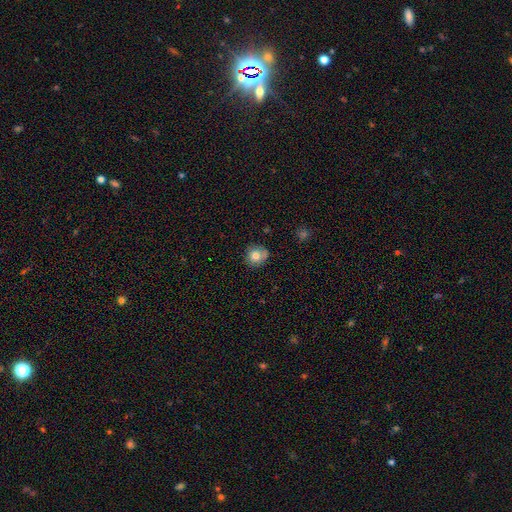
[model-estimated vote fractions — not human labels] The model was most divided on "merging": none: 72%, minor disturbance: 20%, major disturbance: 4%, merger: 4%. More confident: how rounded — round (86%); smooth or featured — smooth (79%).